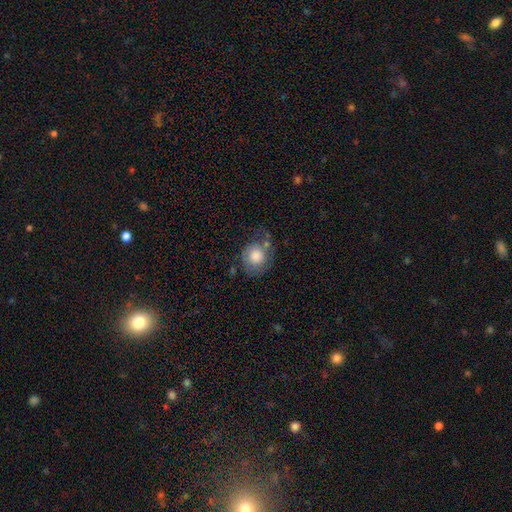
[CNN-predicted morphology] The model was most divided on "merging": none: 48%, minor disturbance: 29%, major disturbance: 16%, merger: 7%. More confident: smooth or featured — smooth (69%); how rounded — round (69%).